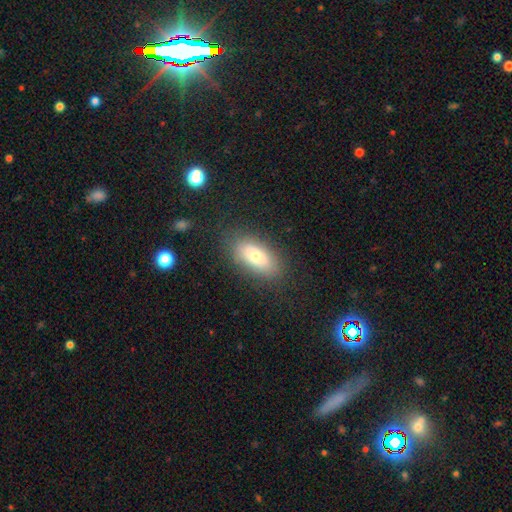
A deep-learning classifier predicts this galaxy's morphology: smooth_or_featured: smooth (p=0.73) [alt: featured or disk p=0.18]
how_rounded: in between (p=0.87) [alt: cigar-shaped p=0.09]
merging: none (p=0.82) [alt: minor disturbance p=0.12]